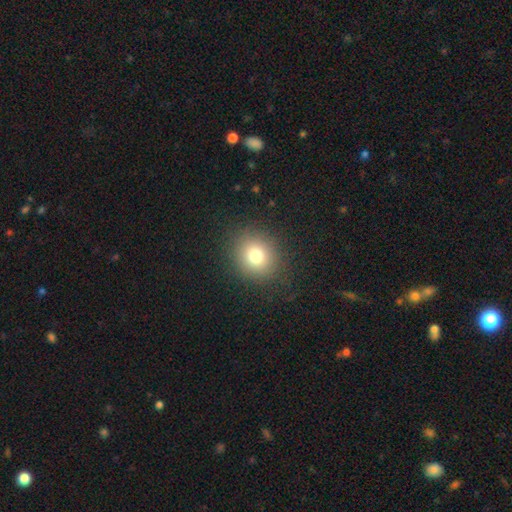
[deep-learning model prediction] Morphology: type=smooth (77%); roundness=round (78%); merging=none (86%).